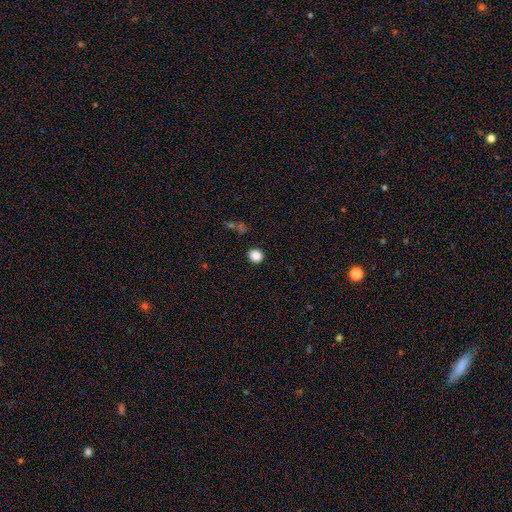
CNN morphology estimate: smooth_or_featured: smooth (p=0.86) [alt: star or artifact p=0.11]
how_rounded: round (p=0.82) [alt: in between p=0.17]
merging: none (p=0.89) [alt: minor disturbance p=0.07]